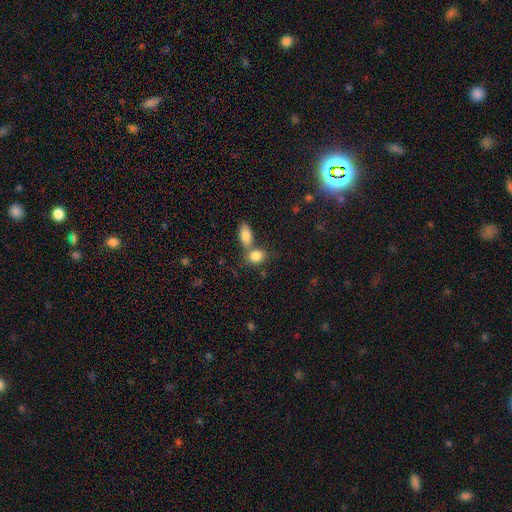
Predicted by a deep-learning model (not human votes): Morphology: type=smooth (85%); roundness=in between (66%); merging=merger (47%).